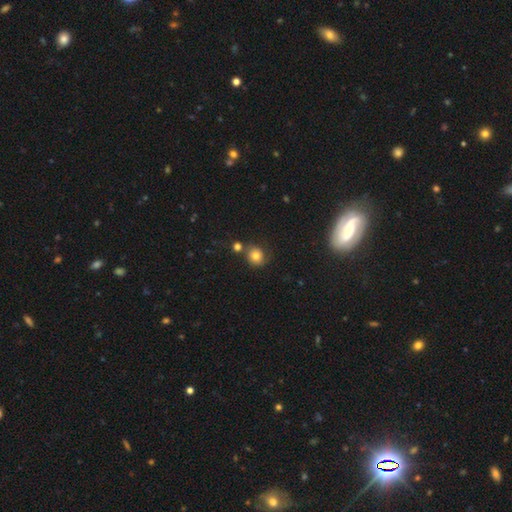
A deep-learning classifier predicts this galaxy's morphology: A smooth galaxy with no disk features (77%) that is round (79%). Merging: none (65%).